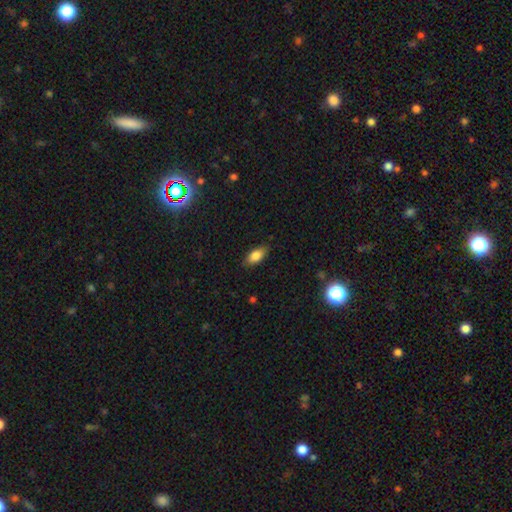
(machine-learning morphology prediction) This appears to be a smooth galaxy with no disk features (82%) that is in between round and cigar-shaped (87%). Merging: none (83%).